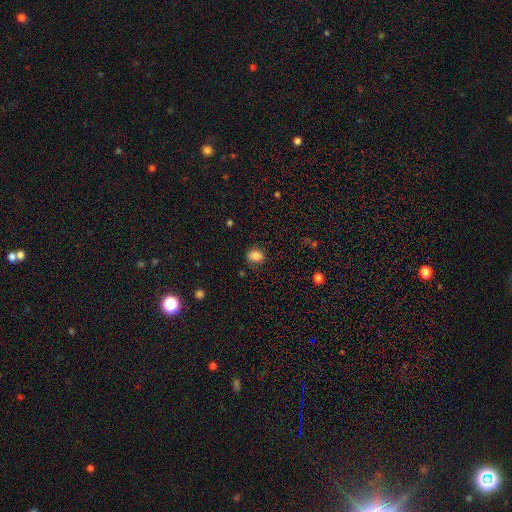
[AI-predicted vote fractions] This appears to be a smooth galaxy with no disk features (85%) that is in between round and cigar-shaped (53%). Merging: none (85%).